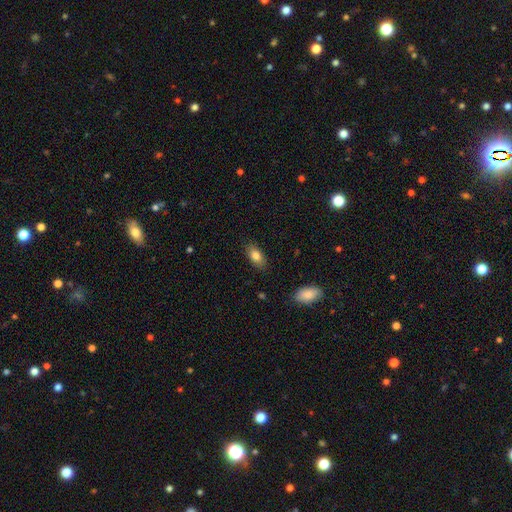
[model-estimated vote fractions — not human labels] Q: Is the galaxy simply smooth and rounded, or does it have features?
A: smooth — 82%.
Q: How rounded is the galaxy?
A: in between — 89%.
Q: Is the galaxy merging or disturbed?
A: none — 86%.